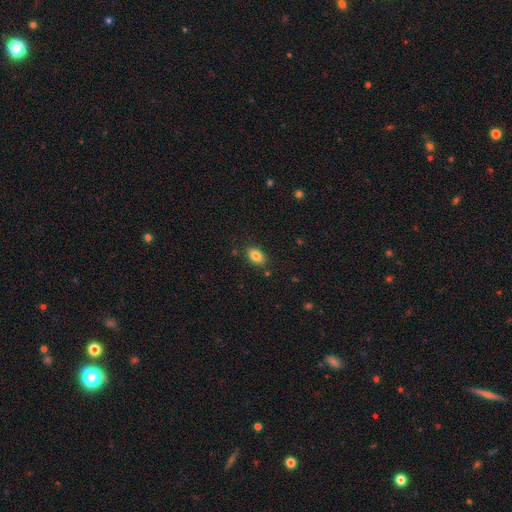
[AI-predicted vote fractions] Smooth or featured? smooth (83%)
How rounded? in between (89%)
Merging? none (84%)